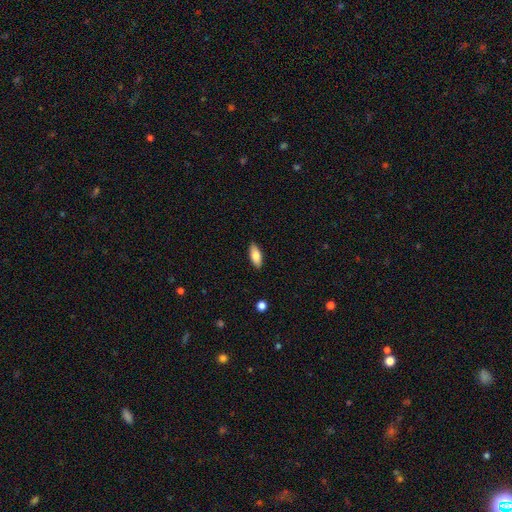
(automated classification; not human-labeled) smooth_or_featured: smooth (p=0.82) [alt: featured or disk p=0.12]
how_rounded: in between (p=0.83) [alt: cigar-shaped p=0.15]
merging: none (p=0.88) [alt: minor disturbance p=0.09]